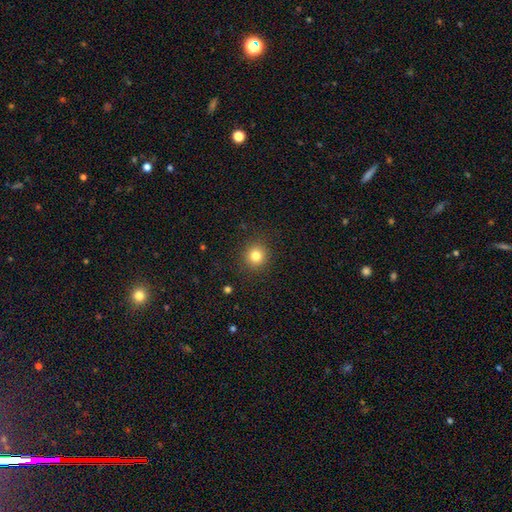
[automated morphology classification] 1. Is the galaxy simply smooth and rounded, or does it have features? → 81% smooth, 12% star or artifact, 6% featured or disk.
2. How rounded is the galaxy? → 92% round, 8% in between, 1% cigar-shaped.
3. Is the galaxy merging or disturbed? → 90% none, 6% minor disturbance, 2% major disturbance, 1% merger.